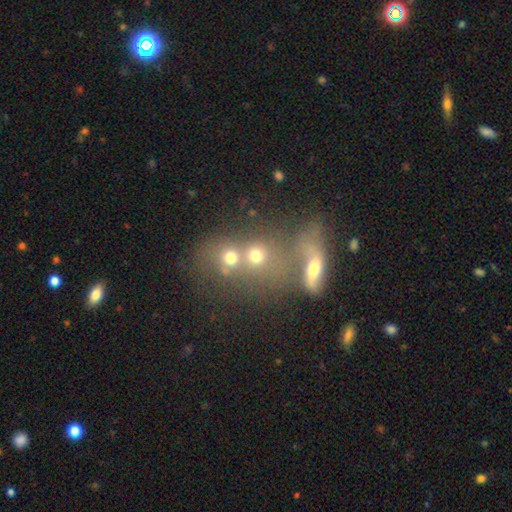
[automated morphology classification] smooth 36%, star or artifact 33%, featured or disk 31%. Down the decision tree: merging — merger (68%).